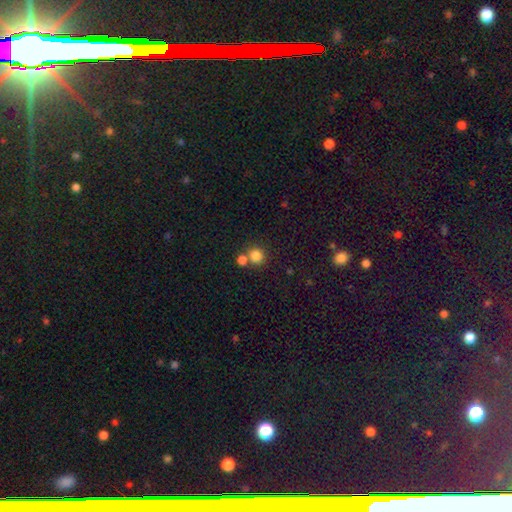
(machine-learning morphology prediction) Smooth or featured? Predicted: smooth (p=0.82). How rounded? Predicted: round (p=0.89). Merging? Predicted: none (p=0.62).